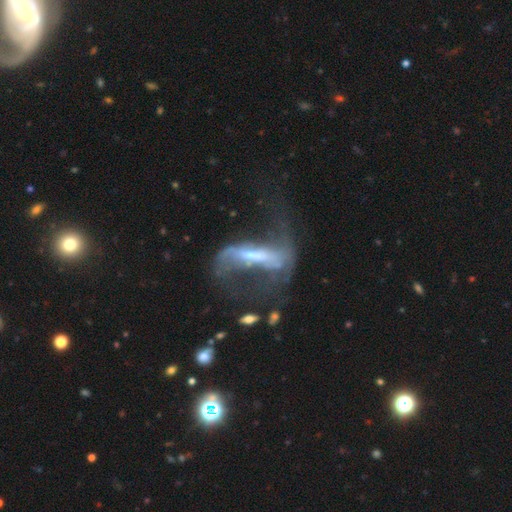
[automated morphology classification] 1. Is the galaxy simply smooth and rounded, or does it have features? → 75% featured or disk, 15% smooth, 10% star or artifact.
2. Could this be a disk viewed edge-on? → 85% no, 15% yes.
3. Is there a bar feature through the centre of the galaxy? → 59% strong, 25% weak, 16% no.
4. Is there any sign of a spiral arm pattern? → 69% yes, 31% no.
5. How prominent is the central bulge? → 33% small, 28% moderate, 28% none, 8% large, 2% dominant.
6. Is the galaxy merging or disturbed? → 48% major disturbance, 27% none, 13% minor disturbance, 12% merger.